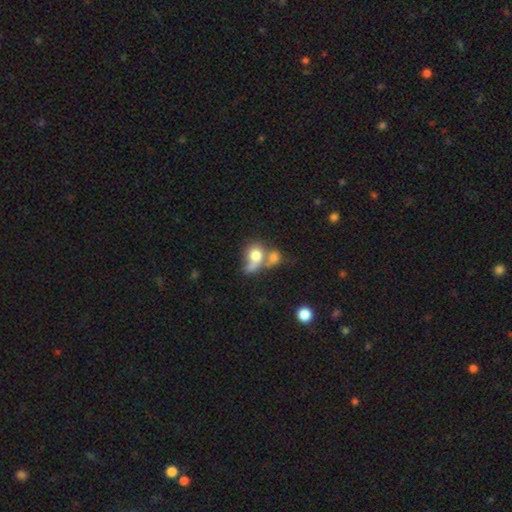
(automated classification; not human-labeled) A smooth galaxy with no disk features (70%) that is round (58%). Merging: merger (59%).